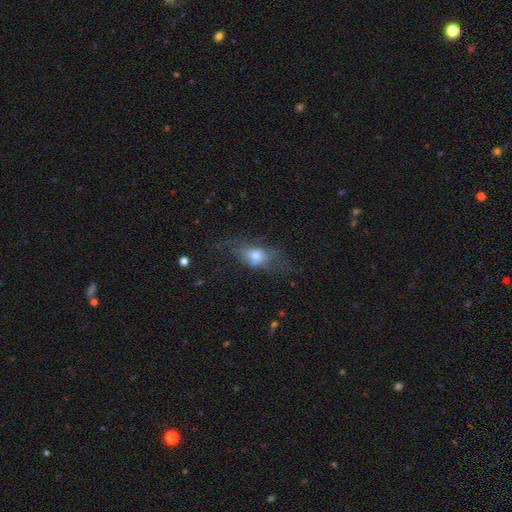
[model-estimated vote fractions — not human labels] Smooth or featured? smooth (61%)
How rounded? in between (76%)
Merging? none (38%)